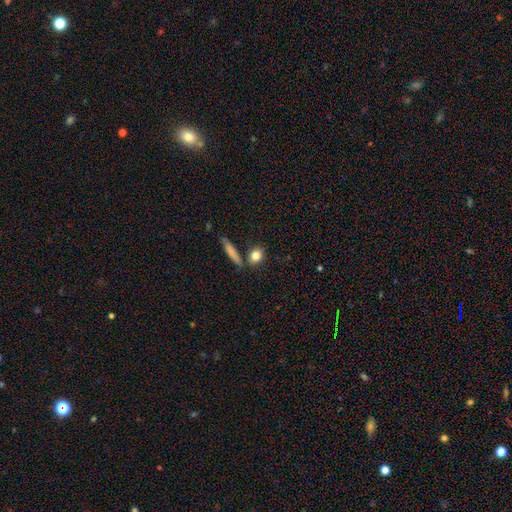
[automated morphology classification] This appears to be a smooth galaxy with no disk features (83%) that is round (48%). Merging: none (74%).